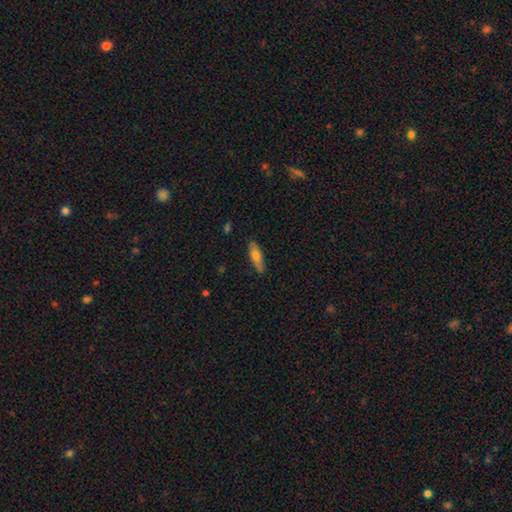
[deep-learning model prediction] Smooth or featured? smooth (71%)
How rounded? cigar-shaped (52%)
Merging? none (81%)